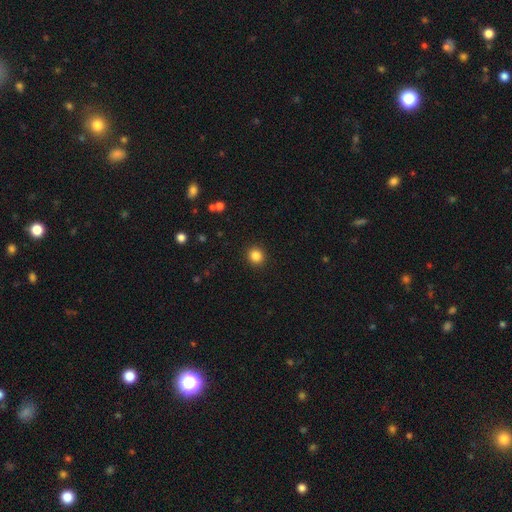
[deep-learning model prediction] This appears to be a smooth galaxy with no disk features (85%) that is round (89%). Merging: none (92%).